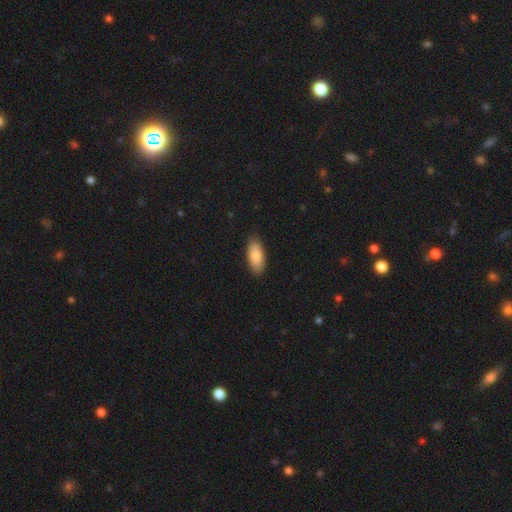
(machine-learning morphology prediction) smooth-or-featured: smooth: 83% | featured or disk: 11% | star or artifact: 6%
  how-rounded: in between: 88% | cigar-shaped: 10% | round: 2%
  merging: none: 87% | minor disturbance: 10% | major disturbance: 2% | merger: 1%